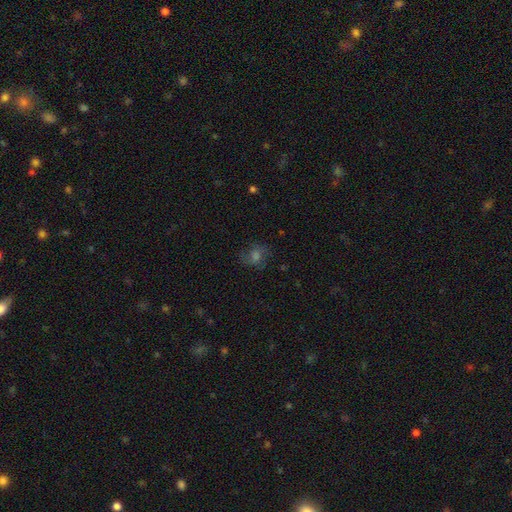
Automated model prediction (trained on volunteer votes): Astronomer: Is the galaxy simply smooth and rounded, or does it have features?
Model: smooth — 41% (runner-up: featured or disk, 32%).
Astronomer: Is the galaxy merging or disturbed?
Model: none — 74%.